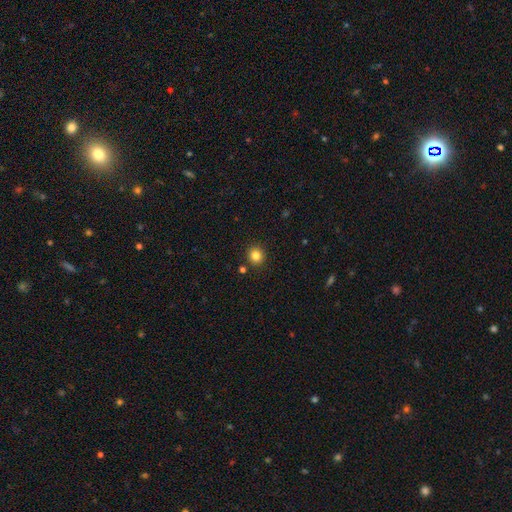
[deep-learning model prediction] smooth_or_featured: smooth (p=0.83) [alt: star or artifact p=0.12]
how_rounded: round (p=0.90) [alt: in between p=0.09]
merging: none (p=0.89) [alt: minor disturbance p=0.06]